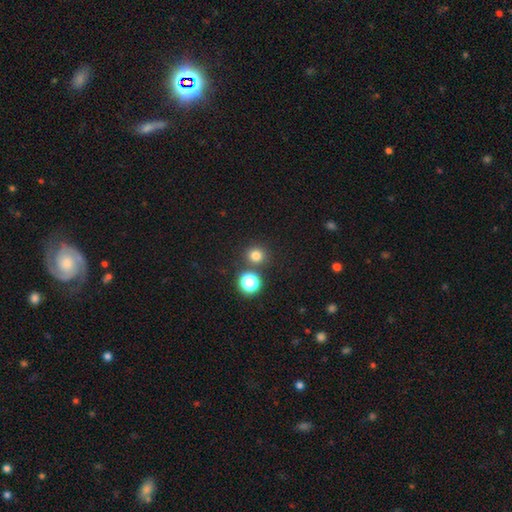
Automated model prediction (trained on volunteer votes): This is likely a smooth galaxy (76%). How rounded: clearly round (90%). Merging: clearly none (81%).